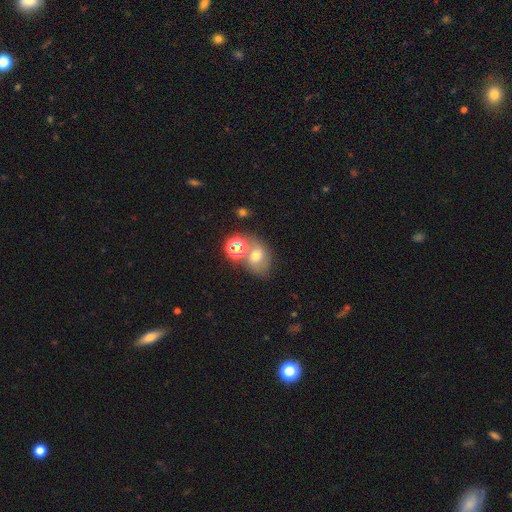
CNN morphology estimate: The model was most divided on "how rounded": in between: 51%, round: 48%, cigar-shaped: 1%. Remaining: smooth or featured — smooth (59%); merging — none (44%).